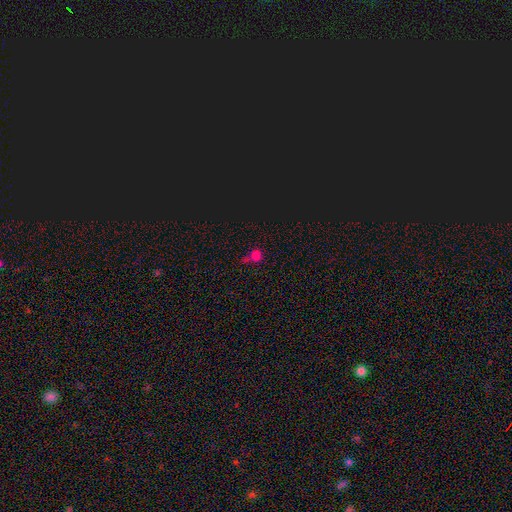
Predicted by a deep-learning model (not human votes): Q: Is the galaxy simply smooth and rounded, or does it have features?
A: smooth — 57%.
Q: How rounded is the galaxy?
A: round — 84%.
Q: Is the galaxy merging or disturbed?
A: none — 53%.